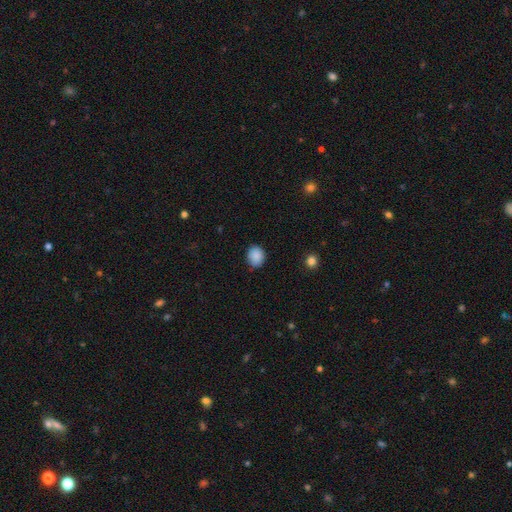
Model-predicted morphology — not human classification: A smooth galaxy with no disk features (89%) that is round (56%).

Vote fractions:
- Smooth or featured? smooth: 89% / star or artifact: 8% / featured or disk: 3%
- How rounded? round: 56% / in between: 43% / cigar-shaped: 1%
- Merging? none: 85% / minor disturbance: 12% / major disturbance: 2% / merger: 1%